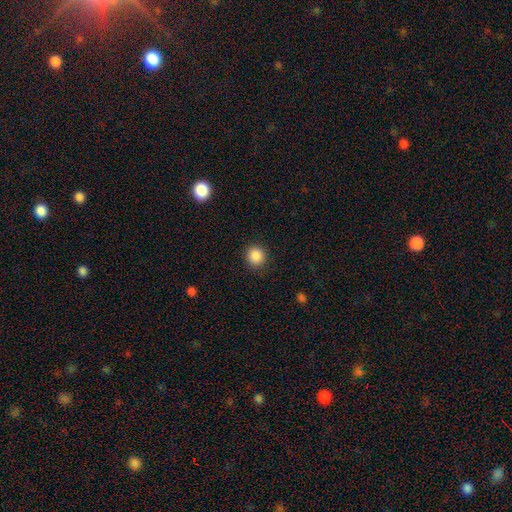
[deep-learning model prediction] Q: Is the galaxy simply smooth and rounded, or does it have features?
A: smooth — 87%.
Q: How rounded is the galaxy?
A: round — 92%.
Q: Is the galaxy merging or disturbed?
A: none — 90%.